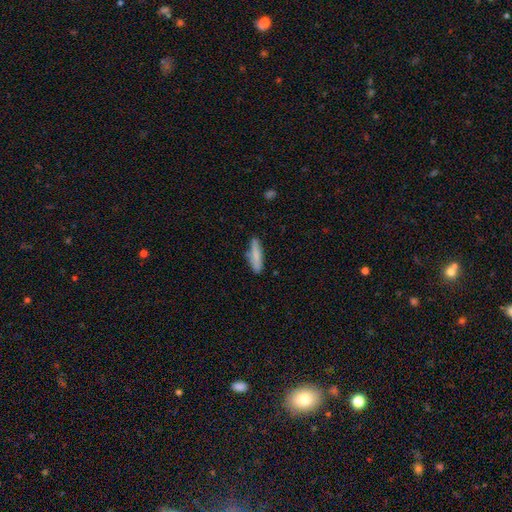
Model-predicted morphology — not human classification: A smooth galaxy with no disk features (79%) that is cigar-shaped (70%). Merging: none (76%).